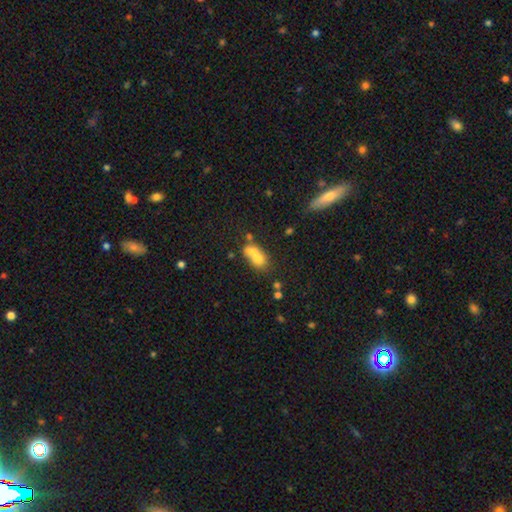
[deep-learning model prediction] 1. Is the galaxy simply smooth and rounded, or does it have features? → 68% smooth, 21% featured or disk, 11% star or artifact.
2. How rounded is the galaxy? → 74% in between, 20% round, 6% cigar-shaped.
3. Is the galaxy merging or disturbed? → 54% merger, 26% none, 12% minor disturbance, 8% major disturbance.